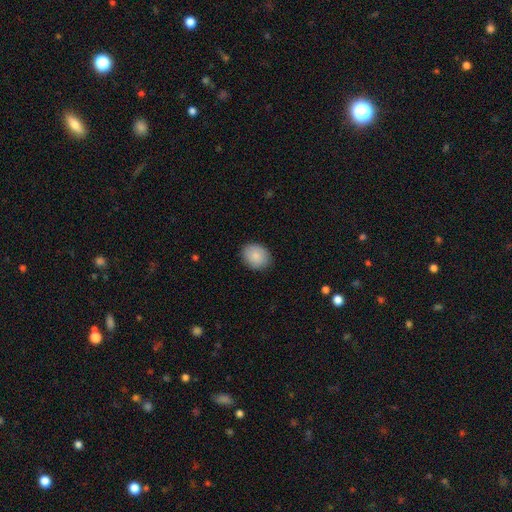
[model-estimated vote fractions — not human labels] Q: Smooth or featured?
A: smooth (85%); runner-up: featured or disk (8%)
Q: How rounded?
A: in between (51%); runner-up: round (48%)
Q: Merging?
A: none (86%); runner-up: minor disturbance (10%)